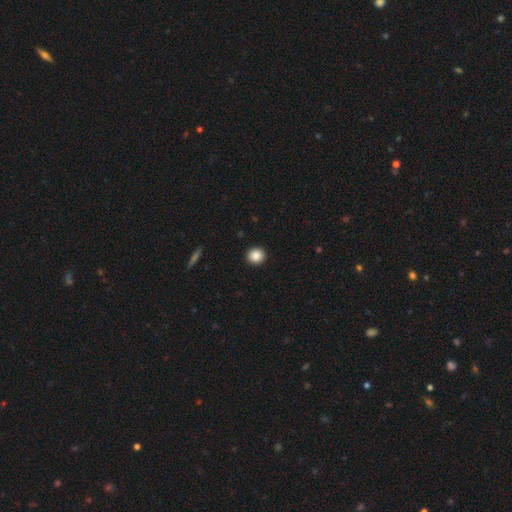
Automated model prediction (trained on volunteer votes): Morphology: type=smooth (87%); roundness=round (93%); merging=none (93%).